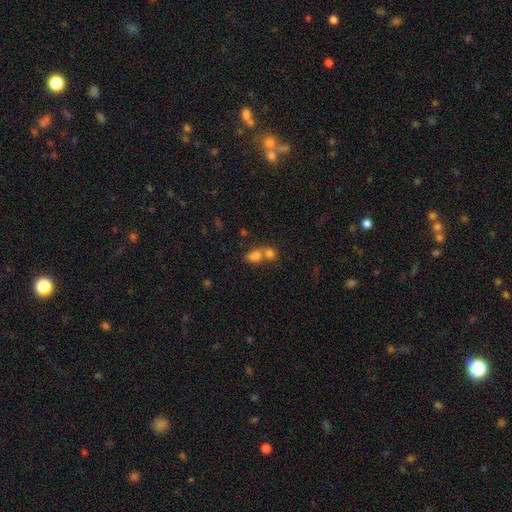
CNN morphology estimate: A smooth galaxy with no disk features (77%) that is in between round and cigar-shaped (64%). Merging: merger (61%).